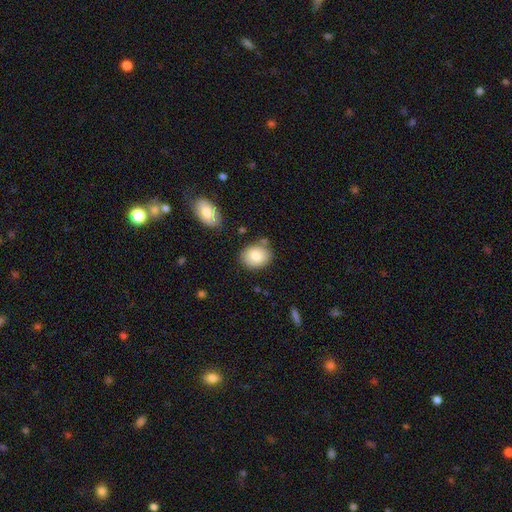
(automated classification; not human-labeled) The model was most divided on "how rounded": in between: 50%, round: 49%, cigar-shaped: 1%. More confident: smooth or featured — smooth (82%); merging — none (77%).